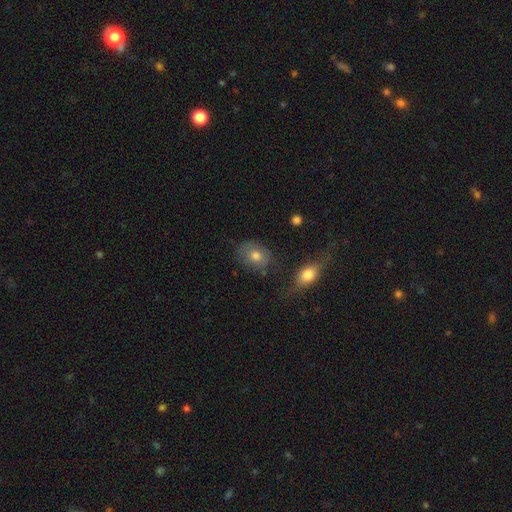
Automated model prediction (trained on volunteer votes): smooth 73%, featured or disk 18%, star or artifact 10%. Down the decision tree: how rounded — in between (56%); merging — none (67%).